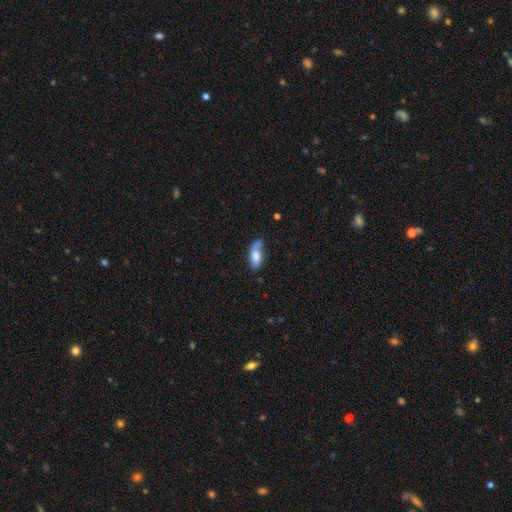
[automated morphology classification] Overall: smooth (72%). How rounded: in between (84%). Merging: none (42%; minor disturbance 29%).